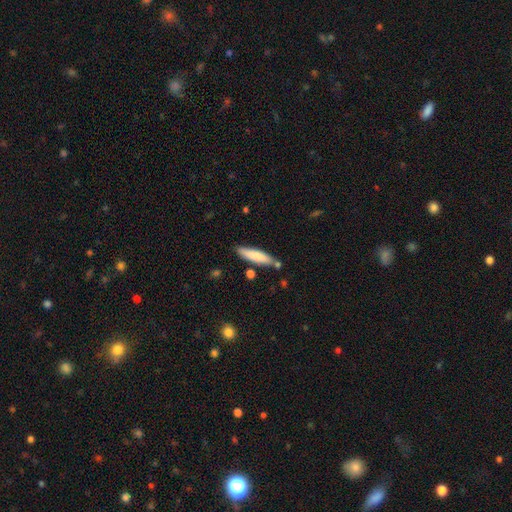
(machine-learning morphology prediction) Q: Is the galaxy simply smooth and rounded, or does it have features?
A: smooth — 76%.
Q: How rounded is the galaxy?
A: cigar-shaped — 79%.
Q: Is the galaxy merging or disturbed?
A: none — 77%.